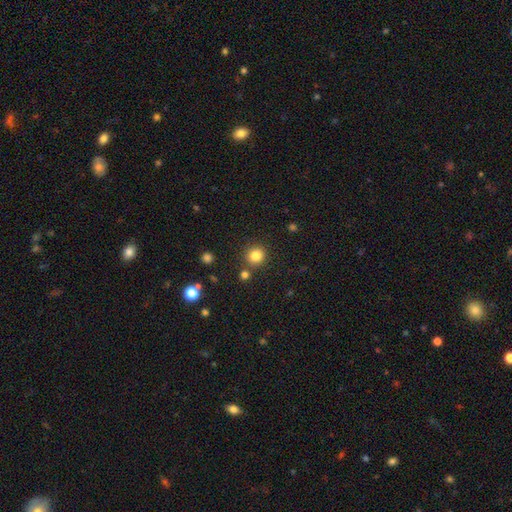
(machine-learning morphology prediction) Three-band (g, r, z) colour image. It shows a smooth galaxy with no disk features (83%) that is round (91%). Merging: none (83%).